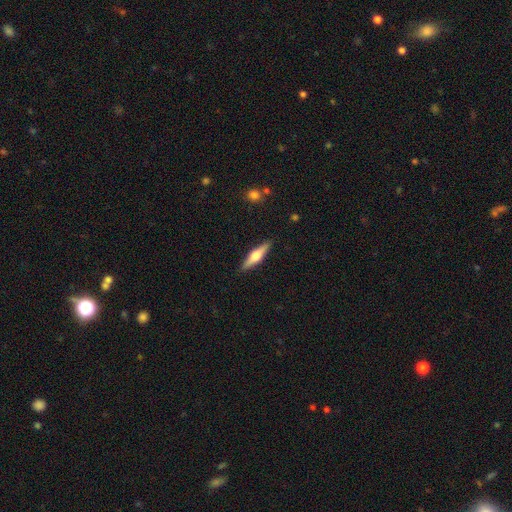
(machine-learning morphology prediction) Smooth or featured? featured or disk (58%)
Edge-on disk? yes (96%)
Edge-on bulge? rounded (90%)
Merging? none (90%)